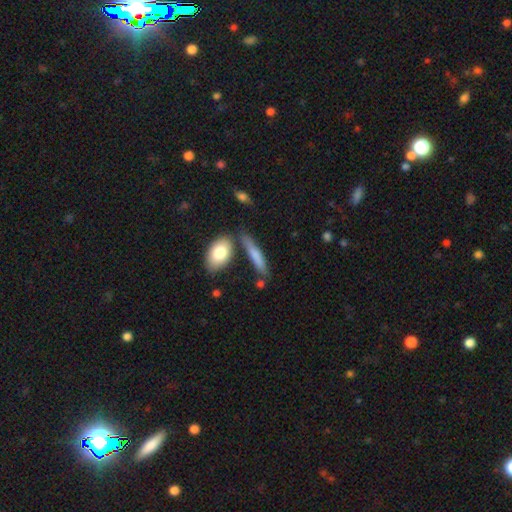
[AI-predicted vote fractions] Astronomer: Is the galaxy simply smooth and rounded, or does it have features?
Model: smooth — 71%.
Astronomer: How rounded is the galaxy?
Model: cigar-shaped — 77%.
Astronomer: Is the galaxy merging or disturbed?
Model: none — 71%.